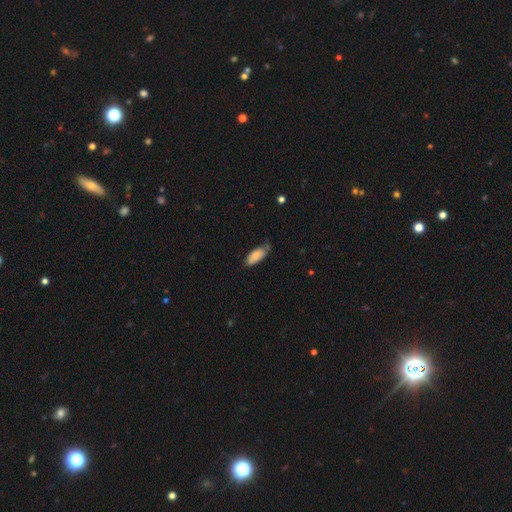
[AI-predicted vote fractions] Smooth or featured? smooth (81%)
How rounded? in between (87%)
Merging? none (48%)